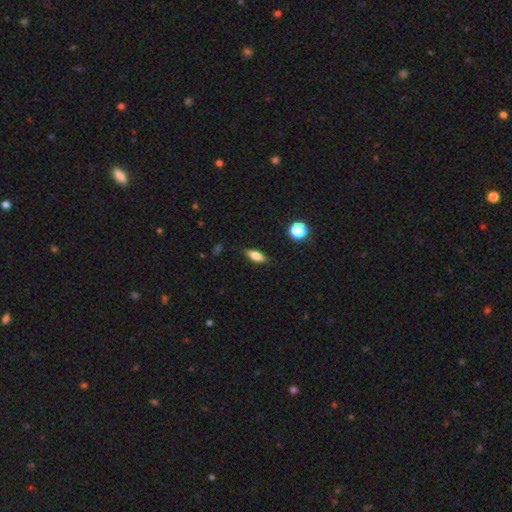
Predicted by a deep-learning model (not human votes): smooth-or-featured: smooth: 70% | featured or disk: 20% | star or artifact: 10%
  how-rounded: in between: 72% | cigar-shaped: 23% | round: 6%
  merging: none: 84% | minor disturbance: 12% | major disturbance: 3% | merger: 1%